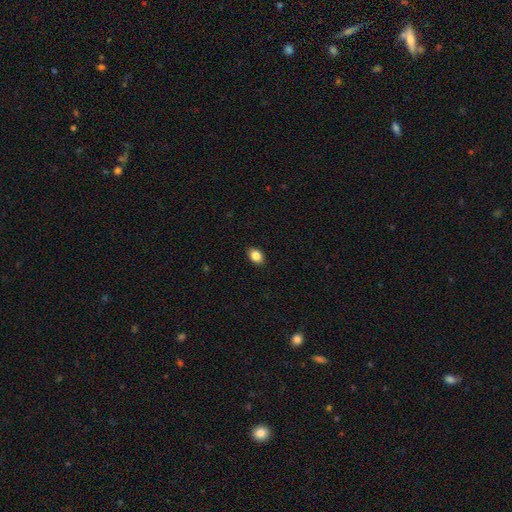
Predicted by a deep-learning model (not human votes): Smooth or featured? smooth (86%)
How rounded? in between (78%)
Merging? none (90%)